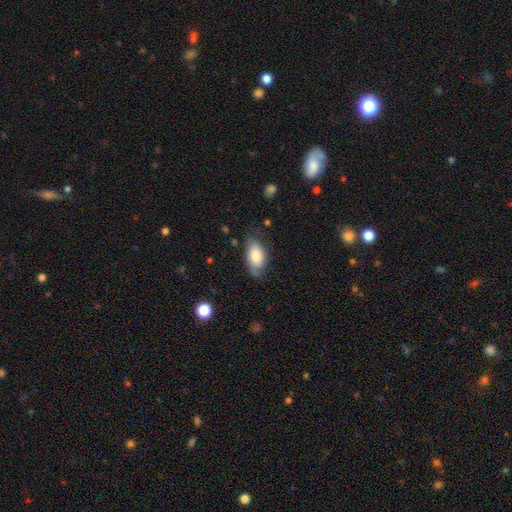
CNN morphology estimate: This appears to be a smooth galaxy with no disk features (71%) that is in between round and cigar-shaped (93%). Merging: none (63%).